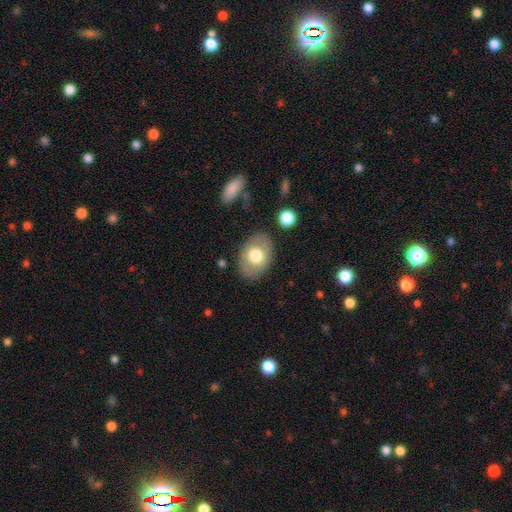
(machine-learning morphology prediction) The model was most divided on "smooth or featured": smooth: 65%, featured or disk: 28%, star or artifact: 7%. More confident: merging — none (82%); how rounded — in between (77%).